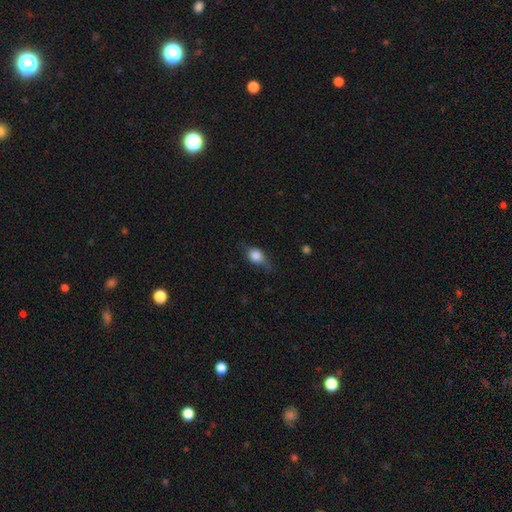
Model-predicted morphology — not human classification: smooth-or-featured: smooth: 72% | featured or disk: 19% | star or artifact: 8%
  how-rounded: in between: 56% | round: 38% | cigar-shaped: 6%
  merging: none: 51% | minor disturbance: 34% | major disturbance: 13% | merger: 2%